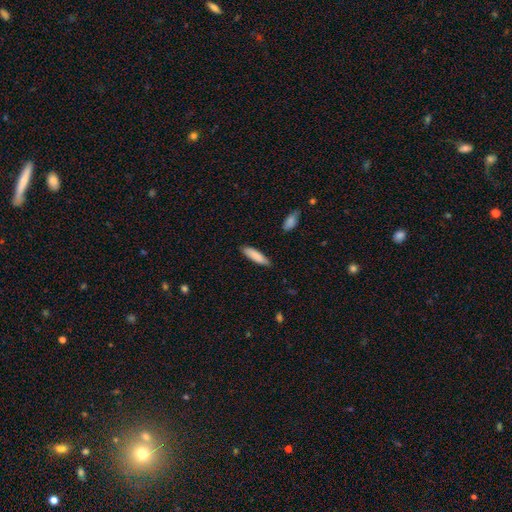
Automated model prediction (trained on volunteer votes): smooth 86%, featured or disk 8%, star or artifact 6%. Down the decision tree: how rounded — cigar-shaped (63%); merging — none (84%).